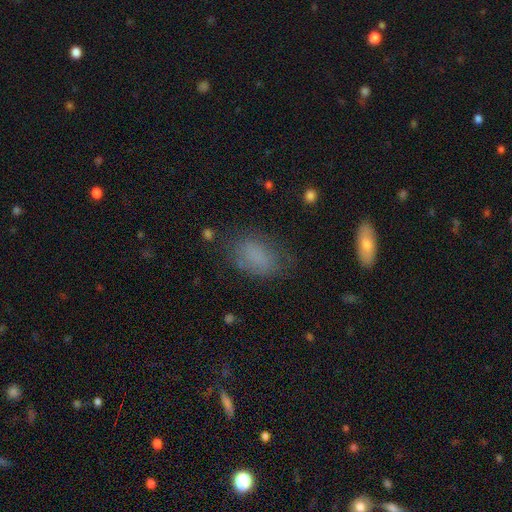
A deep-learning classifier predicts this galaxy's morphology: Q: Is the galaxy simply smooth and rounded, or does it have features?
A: smooth — 77%.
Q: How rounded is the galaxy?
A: in between — 87%.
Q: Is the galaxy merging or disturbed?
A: none — 66%.